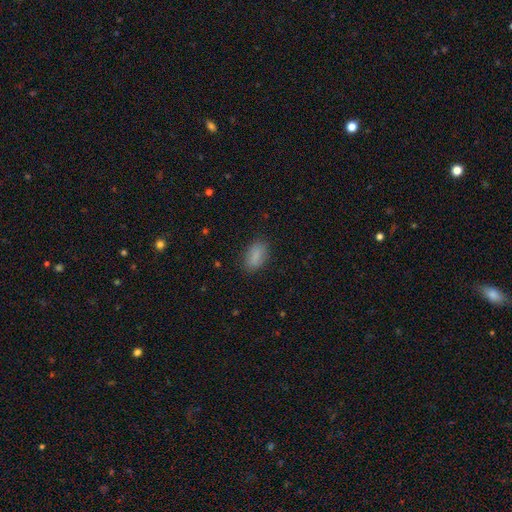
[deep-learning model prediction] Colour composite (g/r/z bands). It shows a smooth galaxy with no disk features (85%) that is in between round and cigar-shaped (90%). Merging: none (83%).